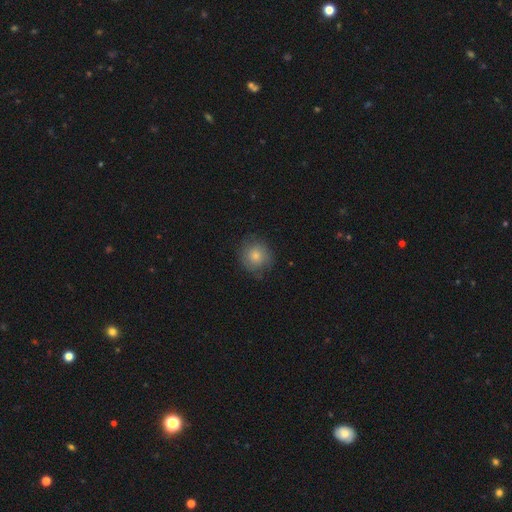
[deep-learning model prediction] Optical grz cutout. It shows a smooth galaxy with no disk features (77%) that is round (88%). Merging: none (76%).